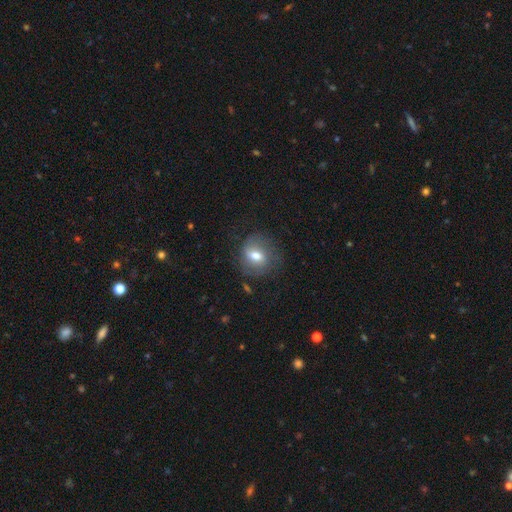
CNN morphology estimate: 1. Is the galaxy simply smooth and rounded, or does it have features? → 61% smooth, 30% featured or disk, 10% star or artifact.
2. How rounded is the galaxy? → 64% round, 35% in between, 1% cigar-shaped.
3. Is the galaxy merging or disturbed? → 67% none, 21% minor disturbance, 11% major disturbance, 2% merger.